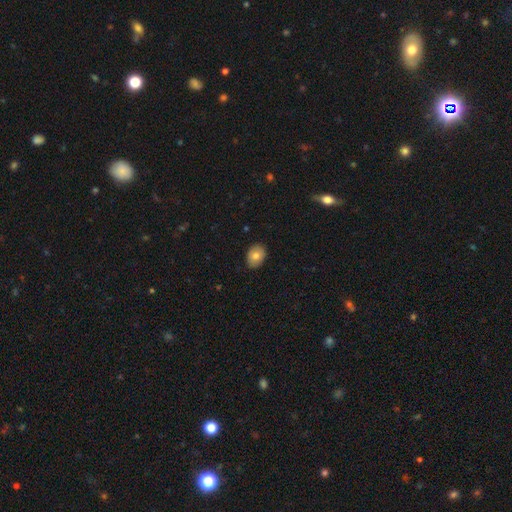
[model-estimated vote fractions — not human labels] Smooth or featured? smooth (79%)
How rounded? in between (68%)
Merging? none (88%)